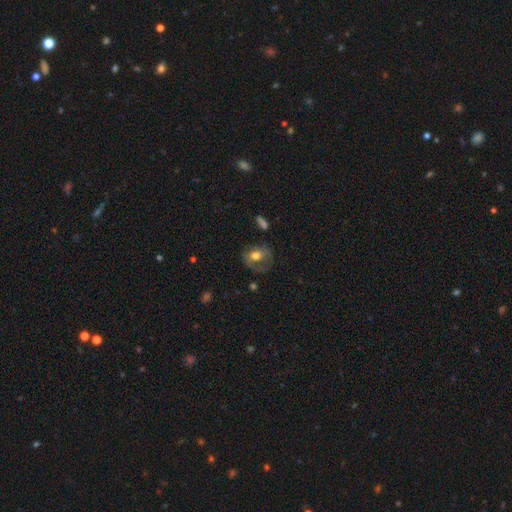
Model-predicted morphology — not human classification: smooth_or_featured: smooth (p=0.51) [alt: featured or disk p=0.41]
how_rounded: round (p=0.51) [alt: in between p=0.47]
merging: none (p=0.55) [alt: minor disturbance p=0.24]